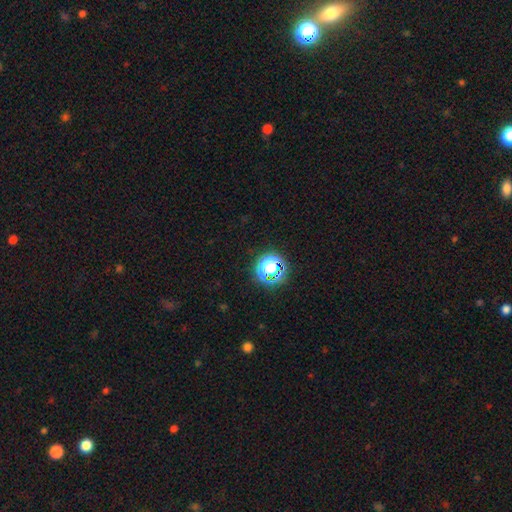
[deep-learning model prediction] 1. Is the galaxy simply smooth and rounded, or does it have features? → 75% star or artifact, 18% smooth, 7% featured or disk.